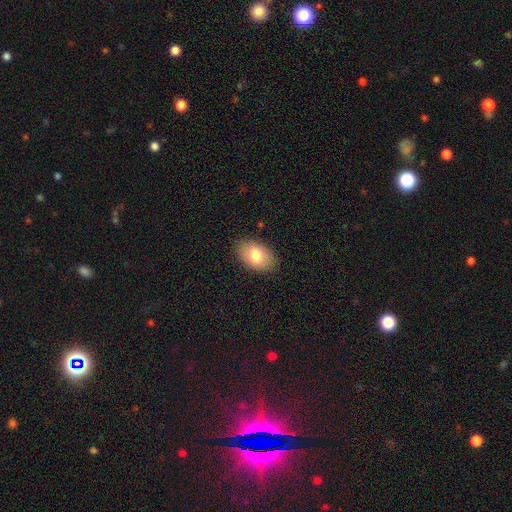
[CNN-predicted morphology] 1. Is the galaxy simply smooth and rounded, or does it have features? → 78% smooth, 15% featured or disk, 7% star or artifact.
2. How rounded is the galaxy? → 89% in between, 10% round, 1% cigar-shaped.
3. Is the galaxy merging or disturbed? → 85% none, 11% minor disturbance, 3% major disturbance, 1% merger.